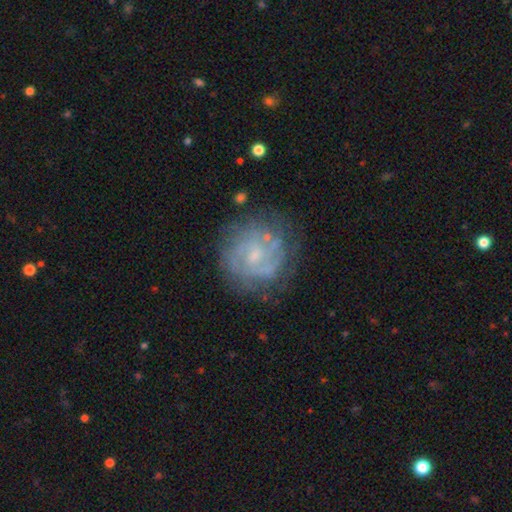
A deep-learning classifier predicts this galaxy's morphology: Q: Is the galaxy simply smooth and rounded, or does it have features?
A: featured or disk — 74%.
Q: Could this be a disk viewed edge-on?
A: no — 98%.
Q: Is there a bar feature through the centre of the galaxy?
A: no — 52%.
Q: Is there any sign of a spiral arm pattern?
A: yes — 82%.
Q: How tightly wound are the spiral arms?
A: tight — 58%.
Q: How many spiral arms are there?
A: can't tell — 41%.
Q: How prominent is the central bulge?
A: small — 58%.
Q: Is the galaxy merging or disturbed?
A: none — 72%.